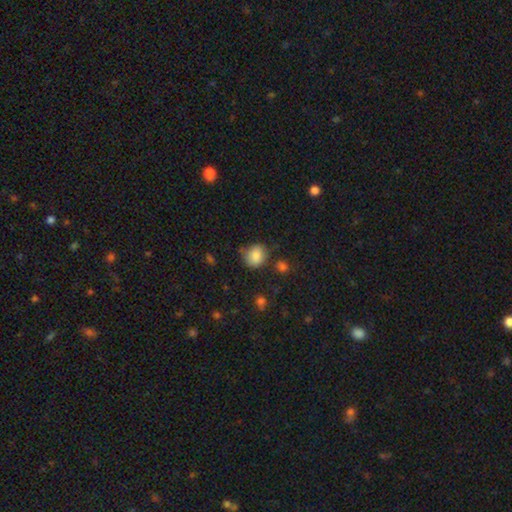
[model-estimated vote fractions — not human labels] Overall: smooth (84%). How rounded: round (66%; in between 33%). Merging: none (65%).